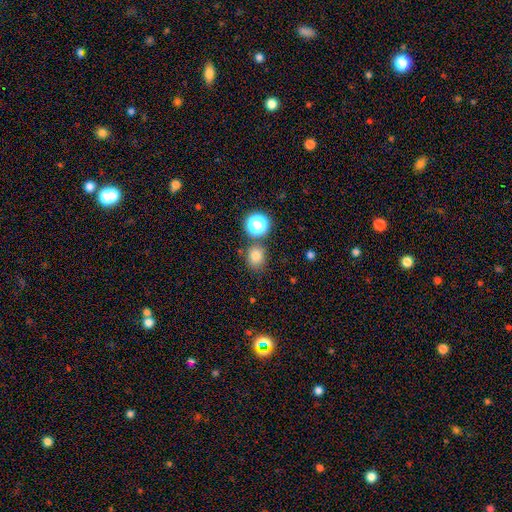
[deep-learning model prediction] Smooth or featured? smooth (77%)
How rounded? round (64%)
Merging? none (74%)